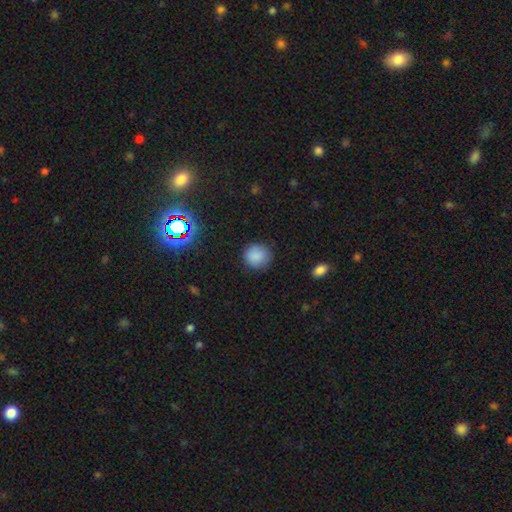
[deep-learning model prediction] smooth 86%, star or artifact 10%, featured or disk 4%. Down the decision tree: how rounded — round (90%); merging — none (86%).